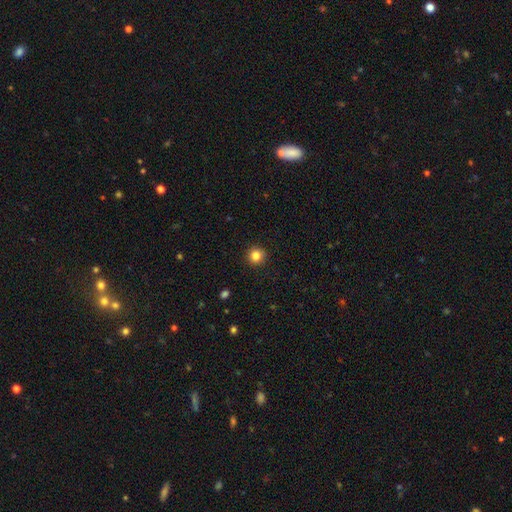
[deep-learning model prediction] smooth_or_featured: smooth (p=0.84) [alt: star or artifact p=0.11]
how_rounded: round (p=0.93) [alt: in between p=0.06]
merging: none (p=0.91) [alt: minor disturbance p=0.06]